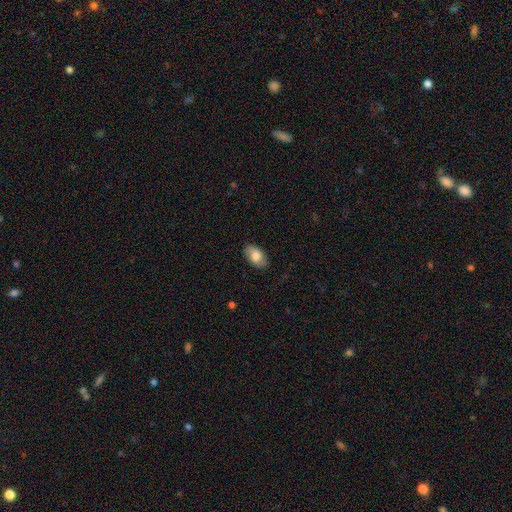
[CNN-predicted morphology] Overall: smooth (76%). How rounded: in between (93%). Merging: none (84%).